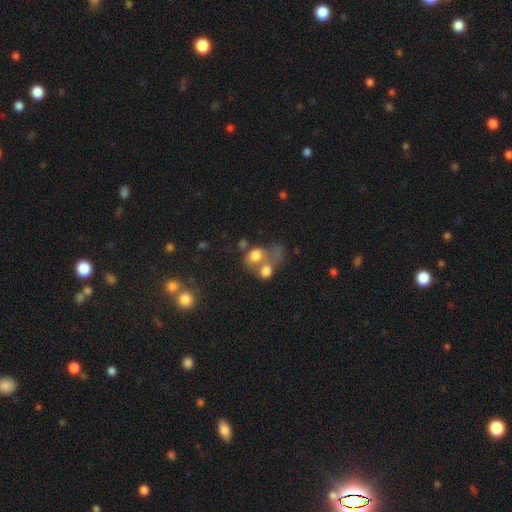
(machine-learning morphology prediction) A smooth galaxy with no disk features (71%) that is round (50%). Merging: merger (57%).